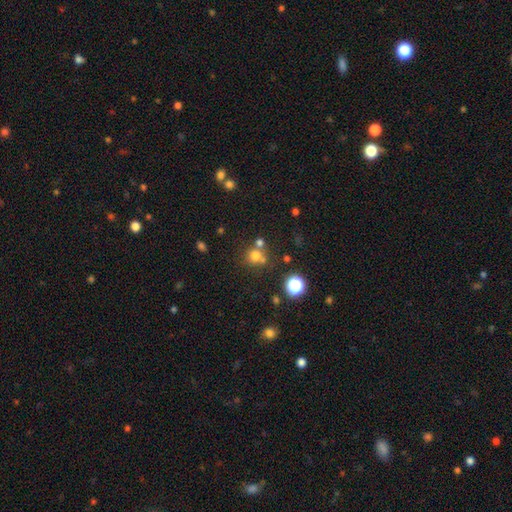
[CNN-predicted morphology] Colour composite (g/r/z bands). It shows a smooth galaxy with no disk features (70%) that is round (88%). Merging: none (60%).